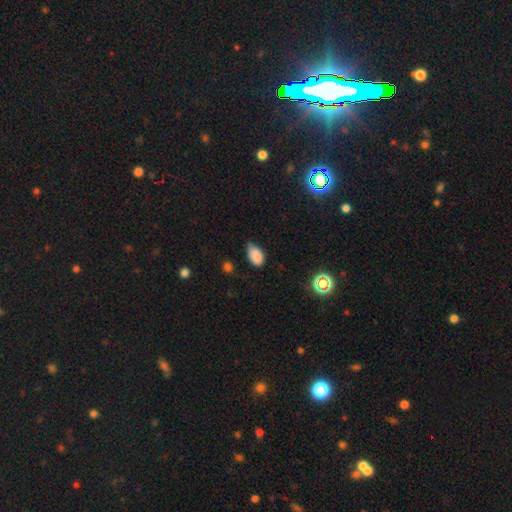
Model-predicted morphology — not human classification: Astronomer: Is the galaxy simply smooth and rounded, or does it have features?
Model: smooth — 85%.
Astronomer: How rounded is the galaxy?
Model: in between — 91%.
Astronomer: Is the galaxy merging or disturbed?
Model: none — 50% (runner-up: minor disturbance, 42%).